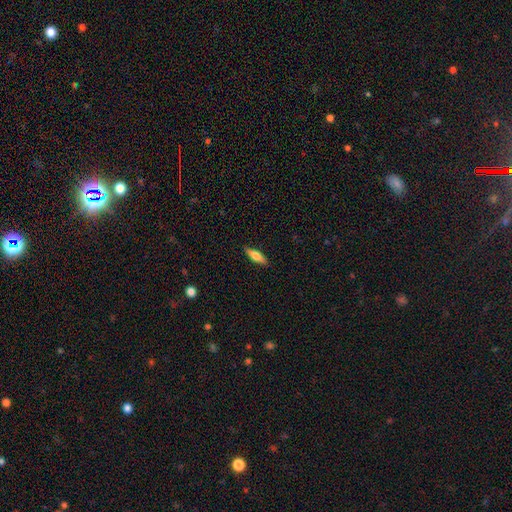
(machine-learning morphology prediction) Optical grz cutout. It shows a smooth galaxy with no disk features (58%) that is cigar-shaped (57%). Merging: none (88%).